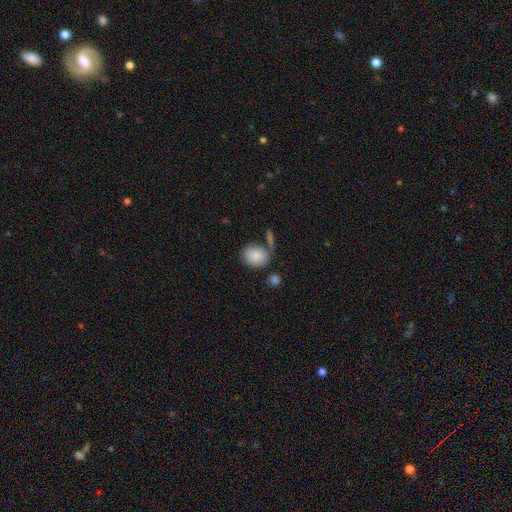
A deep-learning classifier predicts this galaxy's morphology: Smooth or featured: smooth — 86% (star or artifact — 7%)
How rounded: in between — 51% (round — 47%)
Merging: none — 66% (minor disturbance — 15%)